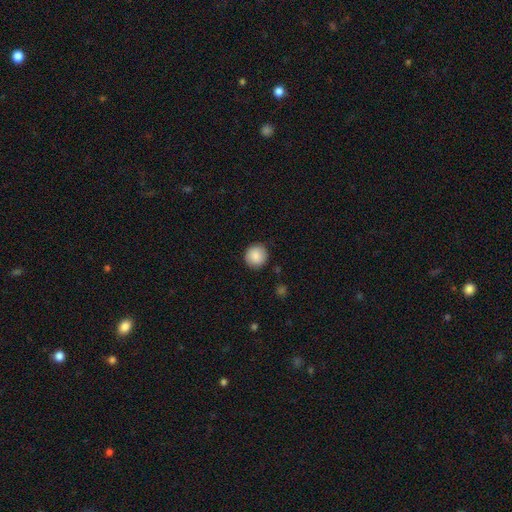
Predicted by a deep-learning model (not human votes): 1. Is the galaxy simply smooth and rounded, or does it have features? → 87% smooth, 8% star or artifact, 5% featured or disk.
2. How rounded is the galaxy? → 93% round, 6% in between, 1% cigar-shaped.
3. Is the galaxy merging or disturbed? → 89% none, 8% minor disturbance, 2% major disturbance, 1% merger.